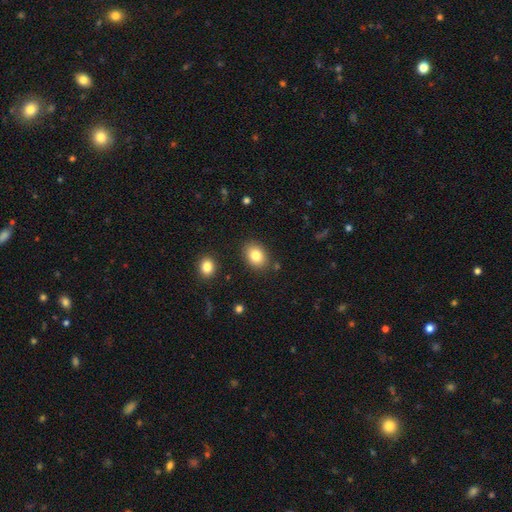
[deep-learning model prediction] Smooth or featured? smooth (83%)
How rounded? in between (65%)
Merging? none (85%)